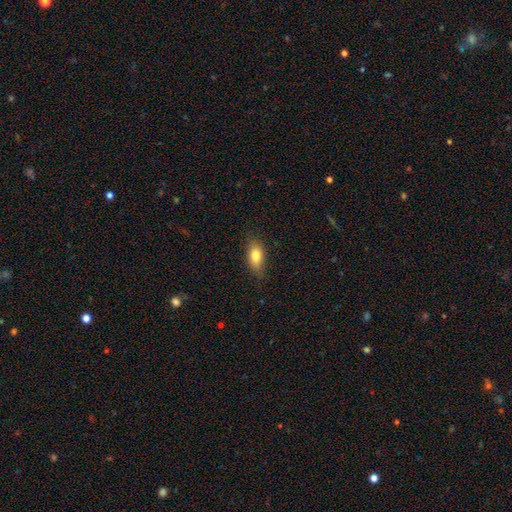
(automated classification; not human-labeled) Smooth or featured? Predicted: smooth (p=0.79). How rounded? Predicted: in between (p=0.84). Merging? Predicted: none (p=0.77).